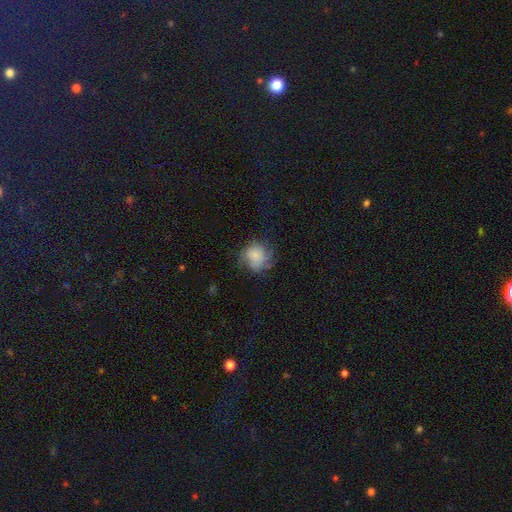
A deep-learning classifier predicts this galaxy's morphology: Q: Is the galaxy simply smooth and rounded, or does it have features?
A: smooth — 60%.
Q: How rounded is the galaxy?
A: round — 81%.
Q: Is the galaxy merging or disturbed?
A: none — 57%.